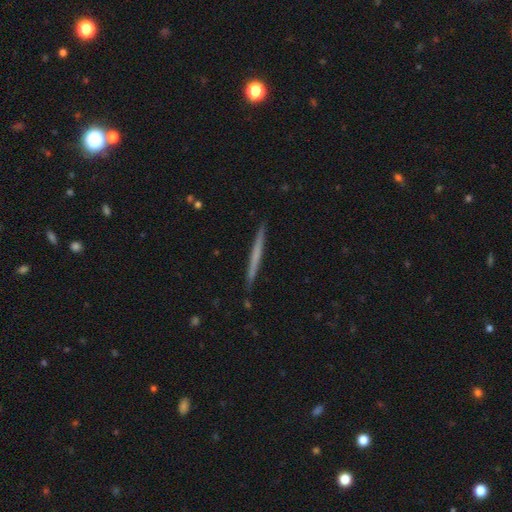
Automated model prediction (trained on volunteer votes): featured or disk 48%, smooth 47%, star or artifact 5%. Down the decision tree: merging — none (92%).